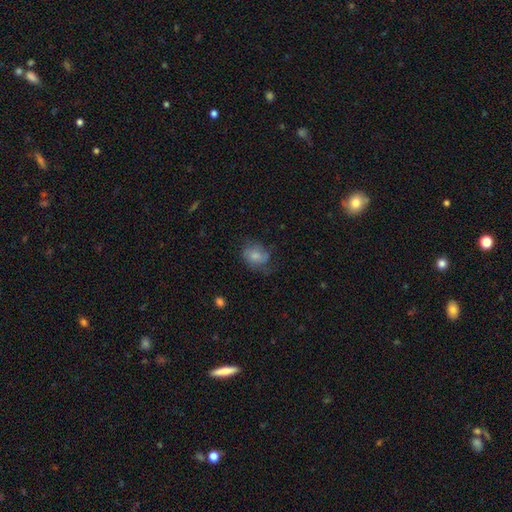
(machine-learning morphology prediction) smooth-or-featured: smooth: 67% | featured or disk: 25% | star or artifact: 8%
  how-rounded: in between: 54% | round: 45% | cigar-shaped: 1%
  merging: none: 48% | minor disturbance: 30% | major disturbance: 20% | merger: 2%